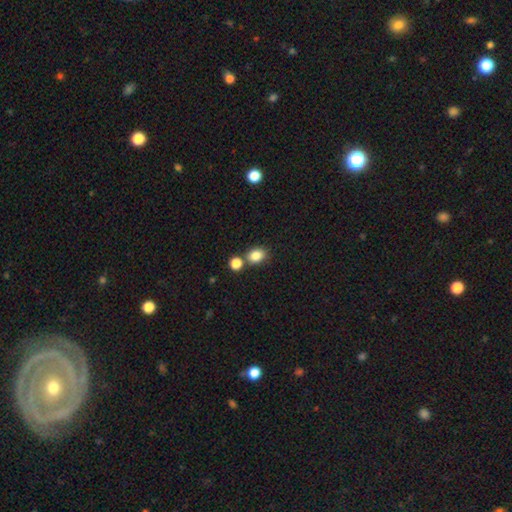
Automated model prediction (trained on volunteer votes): The model was most divided on "how rounded": in between: 56%, round: 43%, cigar-shaped: 1%. More confident: smooth or featured — smooth (84%); merging — none (66%).